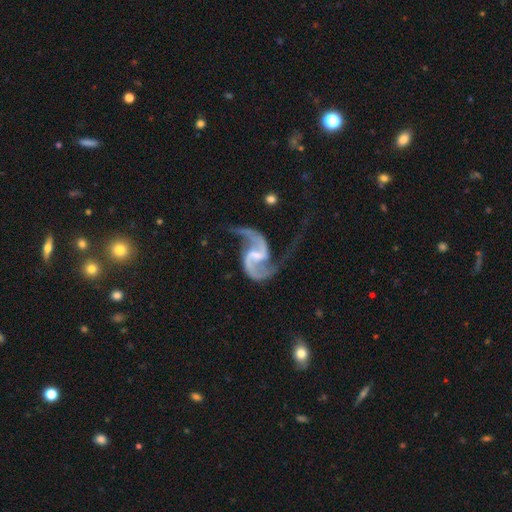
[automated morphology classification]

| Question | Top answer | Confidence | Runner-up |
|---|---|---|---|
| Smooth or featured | featured or disk | 93% | star or artifact (4%) |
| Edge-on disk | no | 98% | yes (2%) |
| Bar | weak | 56% | strong (25%) |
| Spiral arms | yes | 98% | no (2%) |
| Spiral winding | loose | 64% | medium (31%) |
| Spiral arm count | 2 | 94% | 1 (2%) |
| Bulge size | small | 42% | none (28%) |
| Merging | none | 59% | major disturbance (20%) |